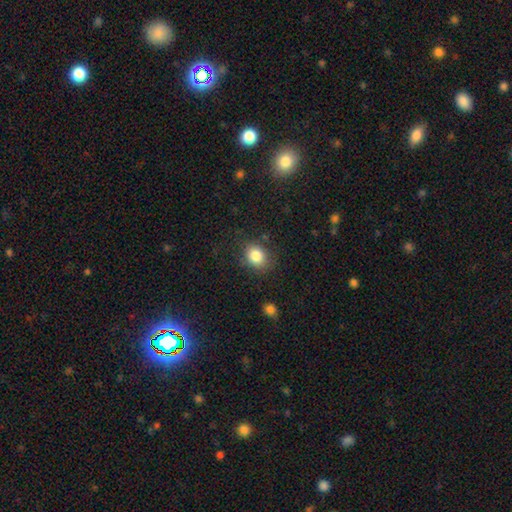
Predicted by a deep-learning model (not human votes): Smooth or featured: smooth — 83% (star or artifact — 10%)
How rounded: round — 55% (in between — 44%)
Merging: none — 79% (minor disturbance — 14%)